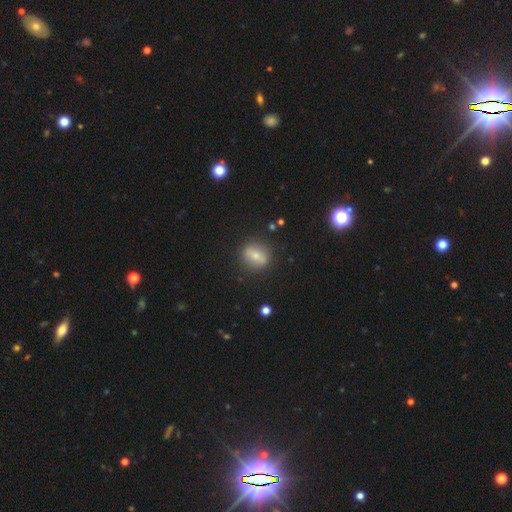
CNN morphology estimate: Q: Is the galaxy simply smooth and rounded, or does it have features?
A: smooth — 60%.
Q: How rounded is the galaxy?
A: round — 55%.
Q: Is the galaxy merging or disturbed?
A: none — 84%.